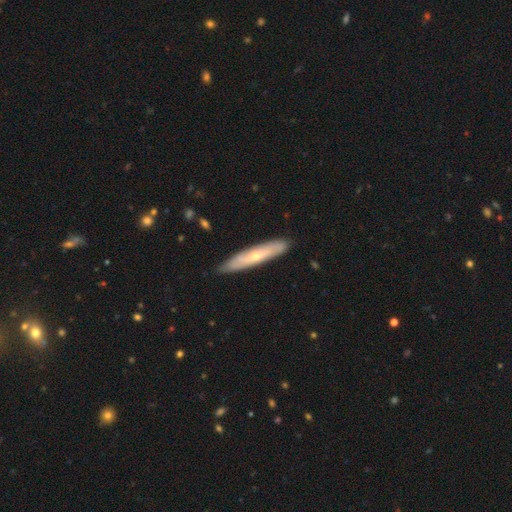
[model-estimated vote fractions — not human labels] smooth-or-featured: featured or disk: 48% | smooth: 46% | star or artifact: 6%
  merging: none: 85% | minor disturbance: 12% | major disturbance: 2% | merger: 1%